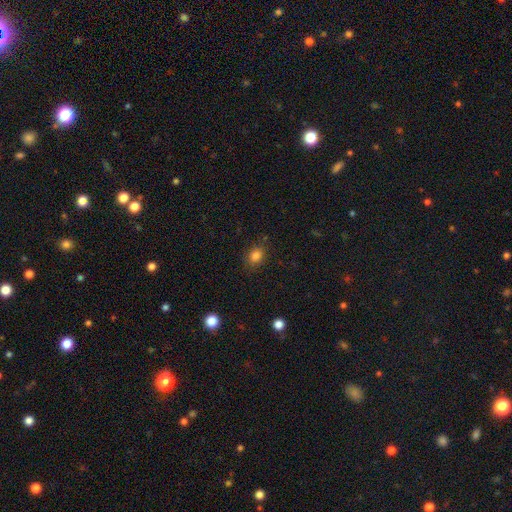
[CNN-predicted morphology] smooth 82%, star or artifact 13%, featured or disk 6%. Down the decision tree: how rounded — in between (51%); merging — none (82%).